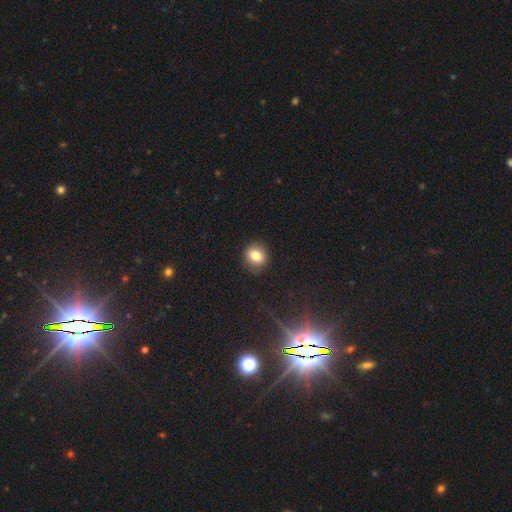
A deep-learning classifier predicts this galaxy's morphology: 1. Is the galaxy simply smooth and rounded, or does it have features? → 79% smooth, 11% star or artifact, 10% featured or disk.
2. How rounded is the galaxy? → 71% round, 28% in between, 1% cigar-shaped.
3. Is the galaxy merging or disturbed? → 86% none, 10% minor disturbance, 3% major disturbance, 1% merger.